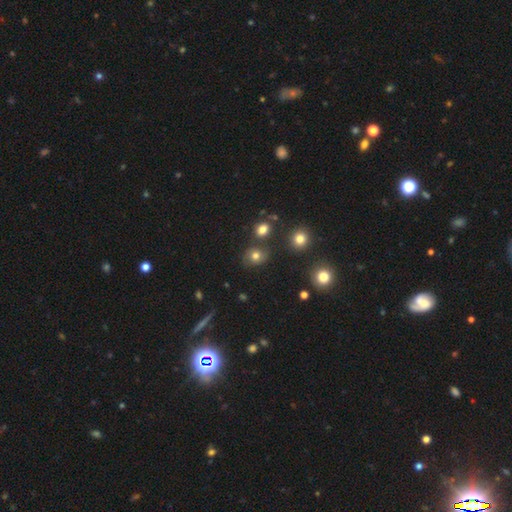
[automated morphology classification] Overall: smooth (66%). How rounded: round (64%; in between 35%). Merging: none (72%).